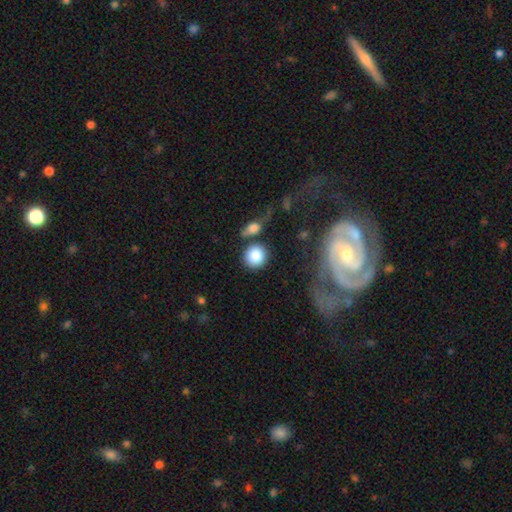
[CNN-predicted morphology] This is clearly a smooth galaxy (84%). How rounded: clearly round (89%). Merging: likely none (69%).